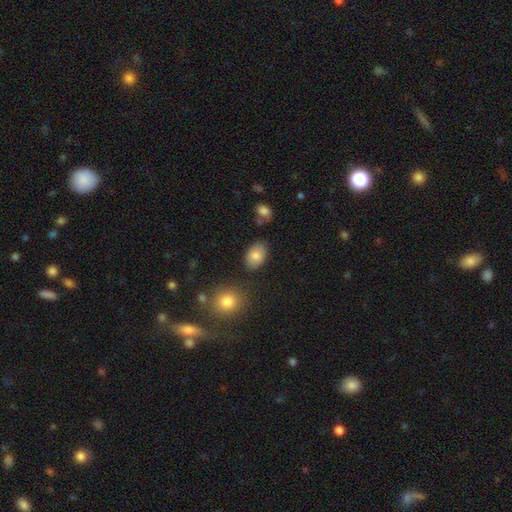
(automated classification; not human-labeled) A smooth galaxy with no disk features (83%) that is in between round and cigar-shaped (84%).

Vote fractions:
- Smooth or featured? smooth: 83% / featured or disk: 9% / star or artifact: 8%
- How rounded? in between: 84% / round: 15% / cigar-shaped: 1%
- Merging? none: 79% / minor disturbance: 14% / merger: 4% / major disturbance: 3%